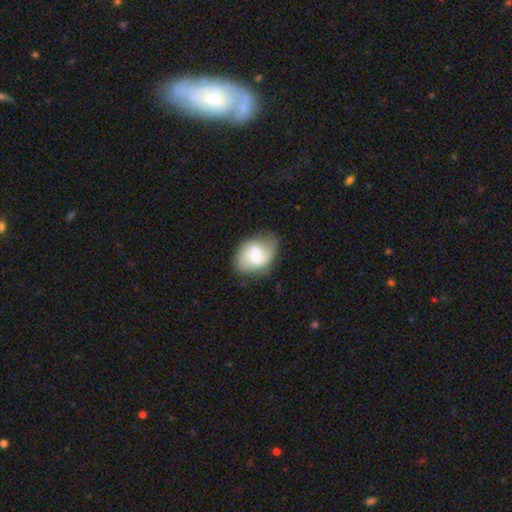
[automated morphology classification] Smooth or featured? featured or disk (53%)
Edge-on disk? no (97%)
Bar? no (48%)
Spiral arms? yes (85%)
Bulge size? moderate (48%)
Merging? none (69%)